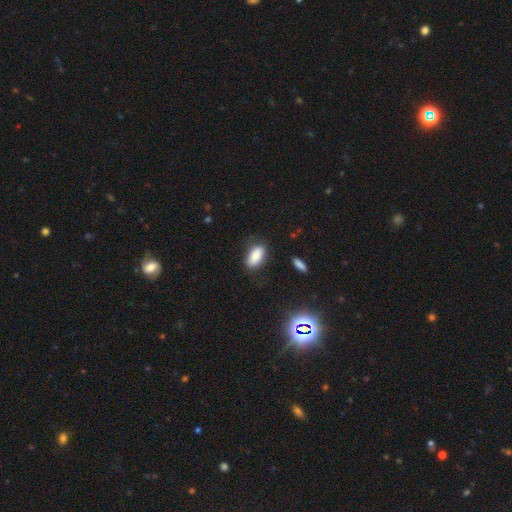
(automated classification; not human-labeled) Smooth or featured? smooth (83%)
How rounded? in between (90%)
Merging? none (81%)